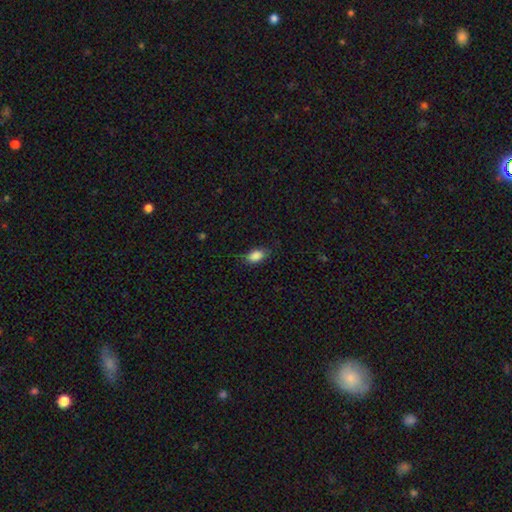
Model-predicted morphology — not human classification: A smooth galaxy with no disk features (86%) that is in between round and cigar-shaped (88%).

Vote fractions:
- Smooth or featured? smooth: 86% / star or artifact: 9% / featured or disk: 5%
- How rounded? in between: 88% / round: 9% / cigar-shaped: 3%
- Merging? none: 73% / minor disturbance: 20% / major disturbance: 5% / merger: 1%